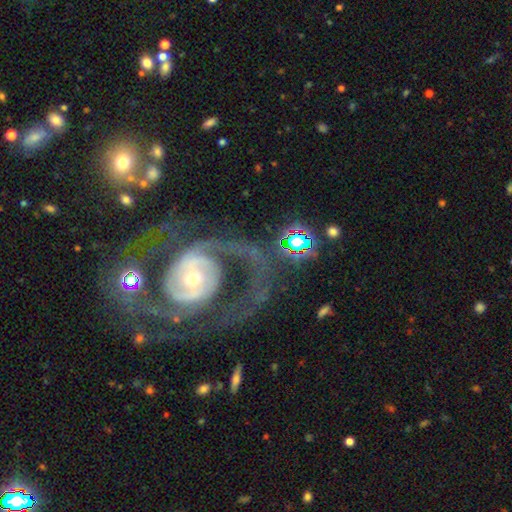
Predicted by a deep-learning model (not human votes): smooth_or_featured: featured or disk (p=0.81) [alt: smooth p=0.11]
disk_edge_on: no (p=0.97) [alt: yes p=0.03]
bar: no (p=0.70) [alt: weak p=0.19]
has_spiral_arms: yes (p=0.79) [alt: no p=0.21]
spiral_winding: tight (p=0.43) [alt: medium p=0.38]
spiral_arm_count: 2 (p=0.59) [alt: can't tell p=0.16]
bulge_size: small (p=0.52) [alt: moderate p=0.38]
merging: none (p=0.57) [alt: major disturbance p=0.23]